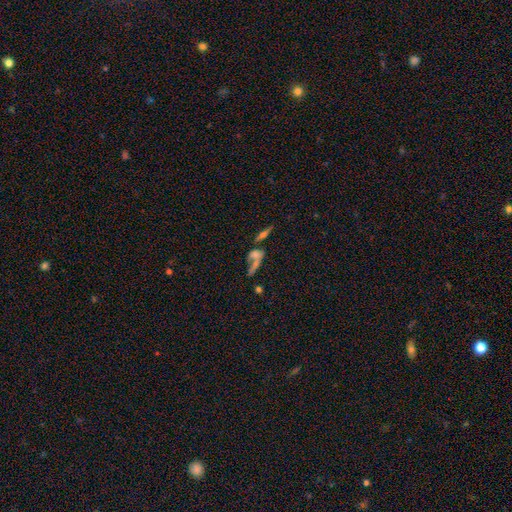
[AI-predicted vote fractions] Overall: smooth (43%; featured or disk 38%). Merging: merger (49%; none 27%).